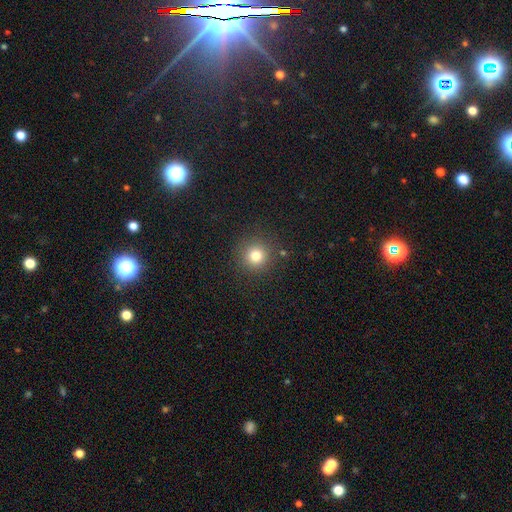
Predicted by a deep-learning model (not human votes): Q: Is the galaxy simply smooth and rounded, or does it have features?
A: smooth — 79%.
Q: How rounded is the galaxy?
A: round — 95%.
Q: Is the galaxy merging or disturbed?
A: none — 89%.